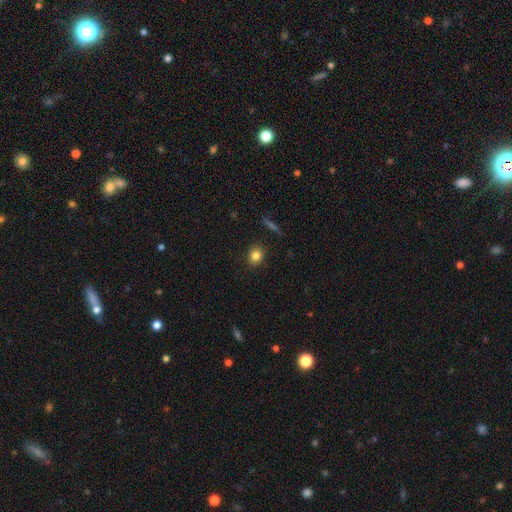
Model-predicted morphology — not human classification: smooth 82%, star or artifact 11%, featured or disk 7%. Down the decision tree: how rounded — round (69%); merging — none (89%).